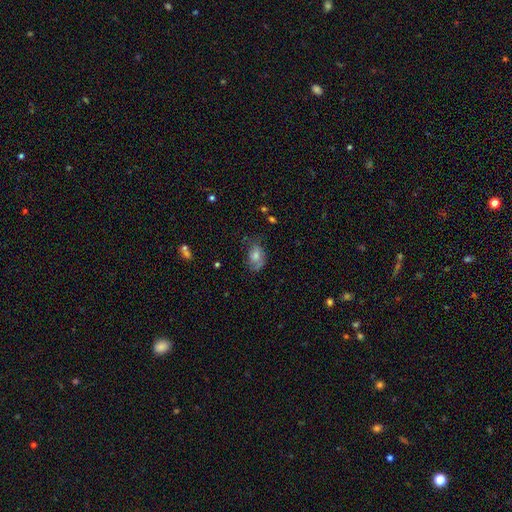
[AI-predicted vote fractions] This is possibly a smooth galaxy (52%). How rounded: likely in between (73%). Merging: possibly none (53%).